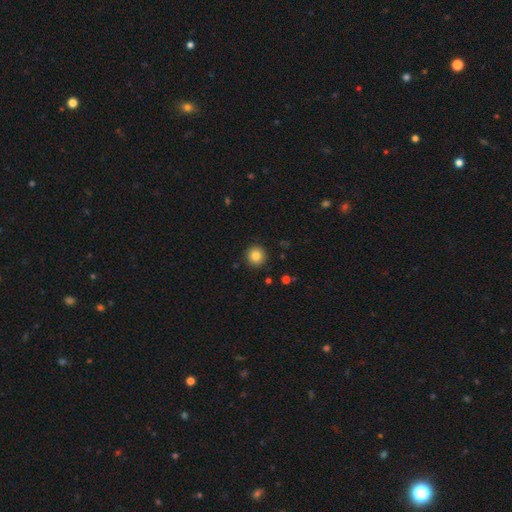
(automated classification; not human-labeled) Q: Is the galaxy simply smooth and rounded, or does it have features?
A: smooth — 84%.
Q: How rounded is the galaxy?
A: round — 94%.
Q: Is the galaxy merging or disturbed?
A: none — 92%.